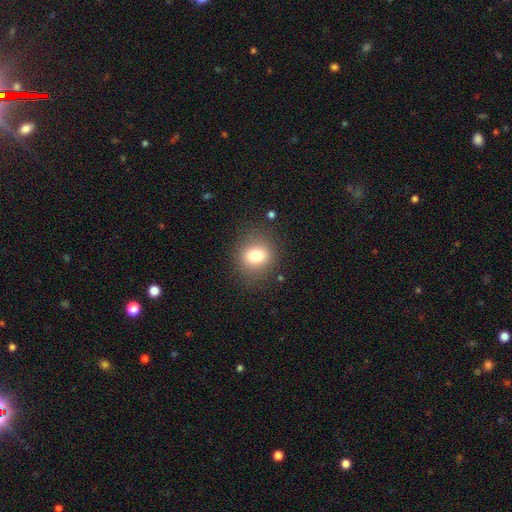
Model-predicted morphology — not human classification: Smooth or featured? Predicted: smooth (p=0.78). How rounded? Predicted: round (p=0.74). Merging? Predicted: none (p=0.84).